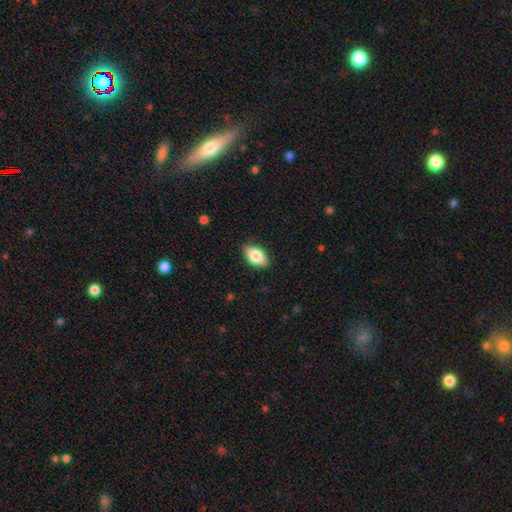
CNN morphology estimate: Smooth or featured? smooth (75%)
How rounded? in between (88%)
Merging? none (84%)